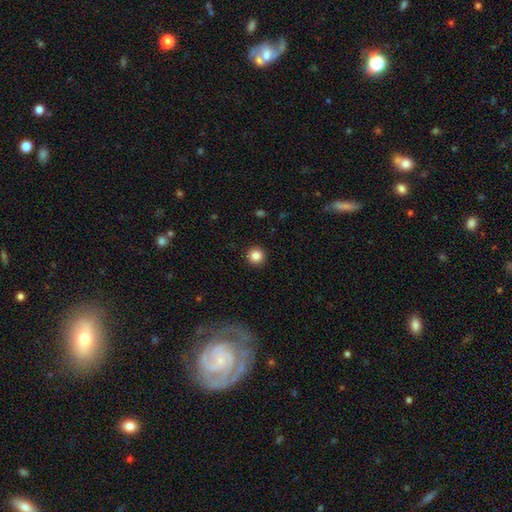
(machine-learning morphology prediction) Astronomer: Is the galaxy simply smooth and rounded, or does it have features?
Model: smooth — 85%.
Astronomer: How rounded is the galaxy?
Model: round — 95%.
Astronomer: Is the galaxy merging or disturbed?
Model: none — 93%.